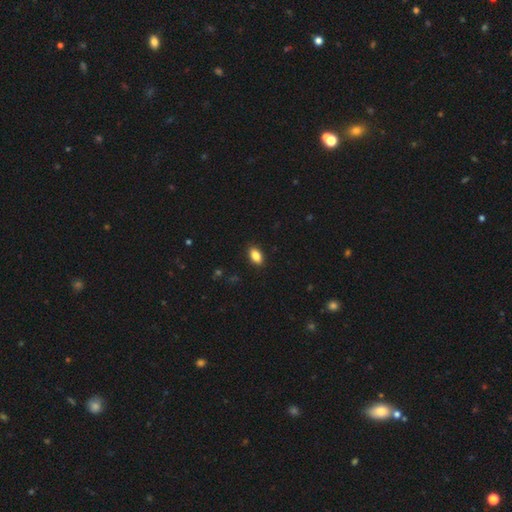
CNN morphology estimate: A smooth galaxy with no disk features (87%) that is in between round and cigar-shaped (90%). Merging: none (89%).